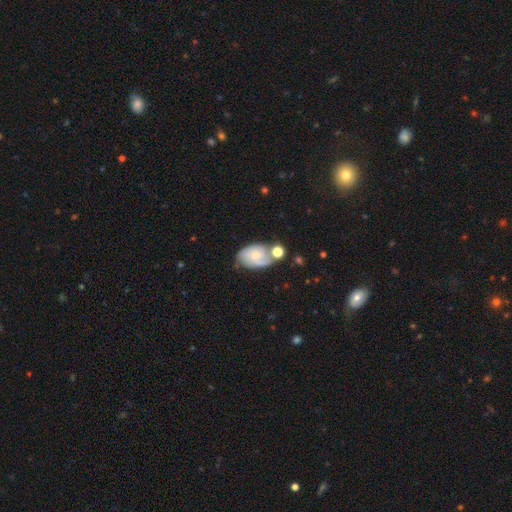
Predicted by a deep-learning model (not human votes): The model was most divided on "merging": none: 41%, minor disturbance: 24%, merger: 22%, major disturbance: 12%. More confident: edge-on disk — no (96%); spiral arms — yes (83%); bar — no (68%); bulge size — small (58%); smooth or featured — featured or disk (57%).